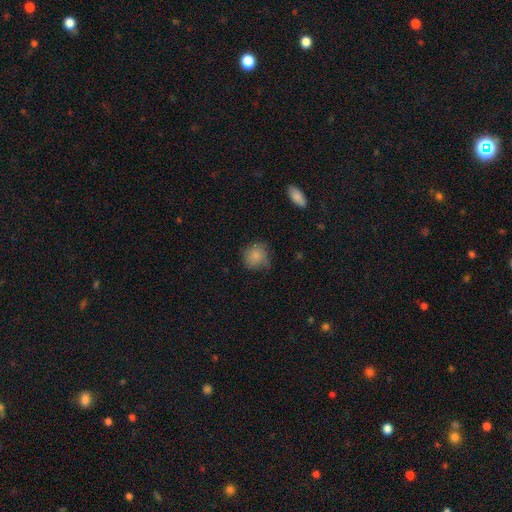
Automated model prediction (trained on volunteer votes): smooth-or-featured: smooth: 83% | featured or disk: 9% | star or artifact: 8%
  how-rounded: round: 84% | in between: 15% | cigar-shaped: 1%
  merging: none: 64% | minor disturbance: 28% | major disturbance: 7% | merger: 2%